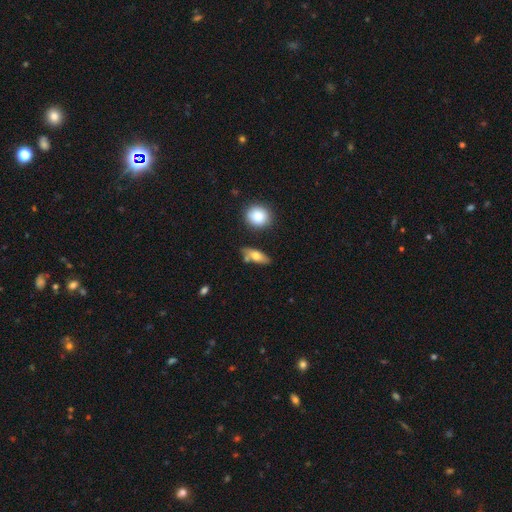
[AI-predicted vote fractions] A smooth galaxy with no disk features (70%) that is in between round and cigar-shaped (72%). Merging: none (70%).